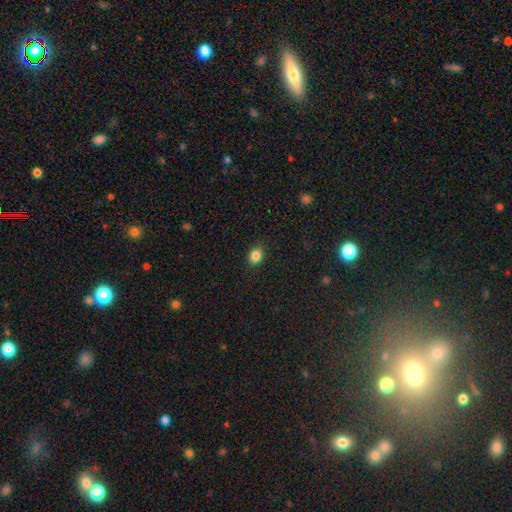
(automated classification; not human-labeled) Smooth or featured? smooth (85%)
How rounded? in between (52%)
Merging? none (87%)